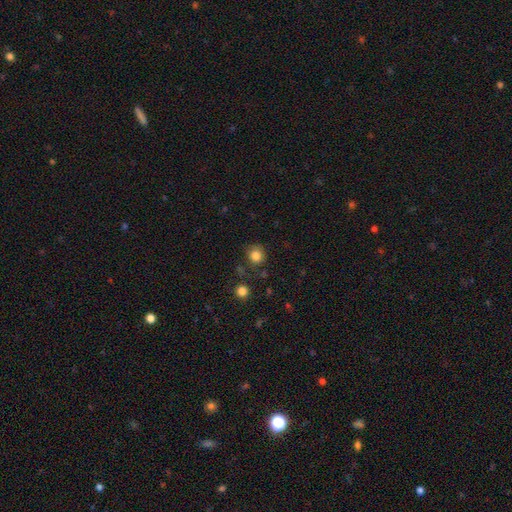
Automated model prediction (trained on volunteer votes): The model was most divided on "merging": none: 78%, minor disturbance: 13%, merger: 4%, major disturbance: 4%. More confident: how rounded — round (87%); smooth or featured — smooth (83%).